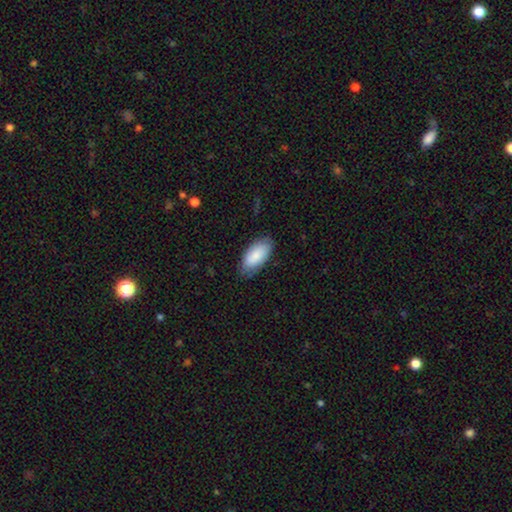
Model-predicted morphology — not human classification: smooth-or-featured: smooth: 83% | featured or disk: 11% | star or artifact: 6%
  how-rounded: in between: 93% | cigar-shaped: 5% | round: 2%
  merging: none: 78% | minor disturbance: 18% | major disturbance: 3% | merger: 1%